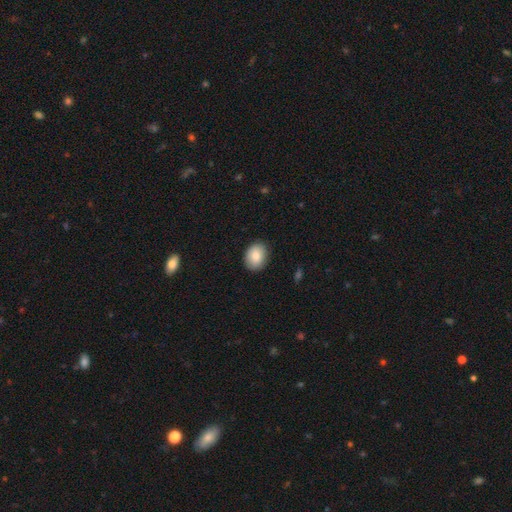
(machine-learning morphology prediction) type=smooth (84%); roundness=in between (64%); merging=none (87%).